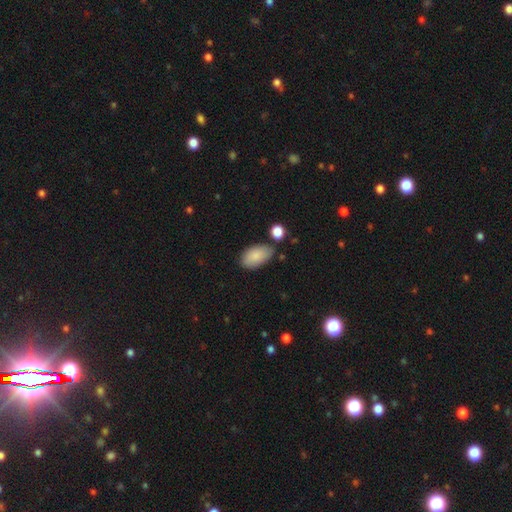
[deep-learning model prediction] Smooth or featured: smooth — 86% (featured or disk — 8%)
How rounded: in between — 94% (round — 4%)
Merging: none — 72% (minor disturbance — 18%)